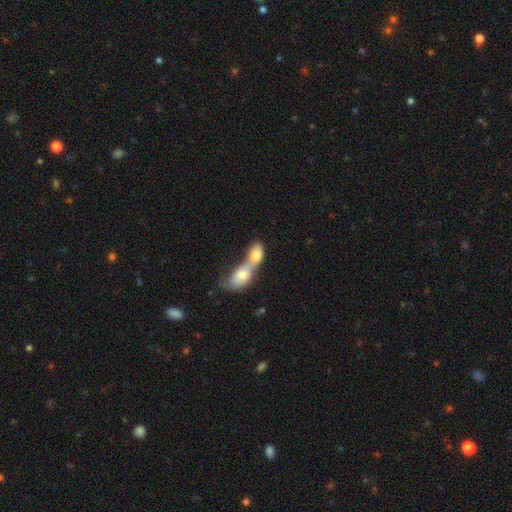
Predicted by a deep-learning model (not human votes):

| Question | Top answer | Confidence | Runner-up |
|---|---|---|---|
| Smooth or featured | smooth | 71% | featured or disk (22%) |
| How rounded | in between | 75% | round (19%) |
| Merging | merger | 84% | none (8%) |